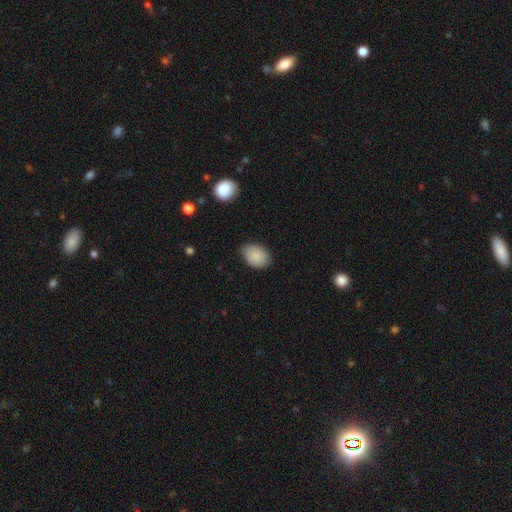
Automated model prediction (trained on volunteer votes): Smooth or featured?
  - smooth: 87% *
  - star or artifact: 8%
  - featured or disk: 5%
How rounded?
  - in between: 77% *
  - round: 22%
  - cigar-shaped: 1%
Merging?
  - none: 77% *
  - minor disturbance: 19%
  - major disturbance: 3%
  - merger: 1%